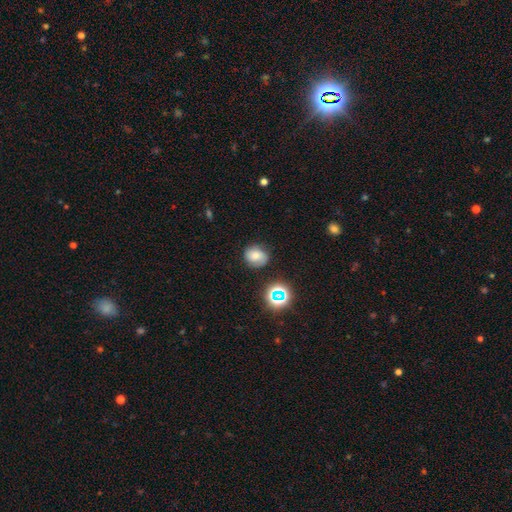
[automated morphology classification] A smooth galaxy with no disk features (64%) that is round (67%).

Vote fractions:
- Smooth or featured? smooth: 64% / featured or disk: 21% / star or artifact: 15%
- How rounded? round: 67% / in between: 32% / cigar-shaped: 1%
- Merging? none: 76% / minor disturbance: 18% / major disturbance: 4% / merger: 2%